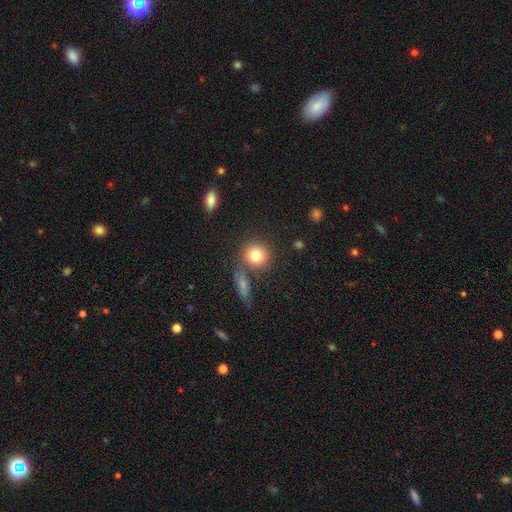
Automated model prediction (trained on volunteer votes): Smooth or featured: smooth — 81% (star or artifact — 9%)
How rounded: round — 84% (in between — 14%)
Merging: none — 67% (merger — 18%)